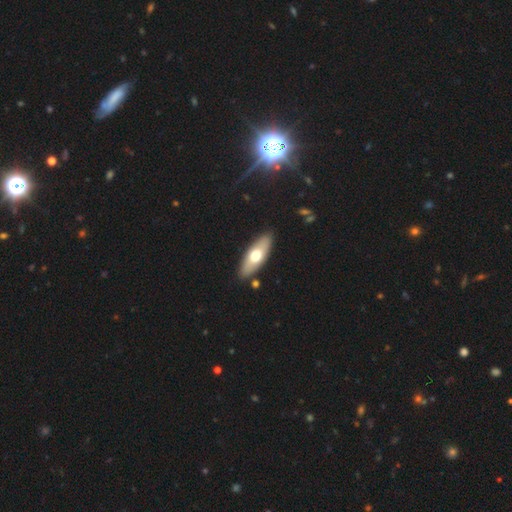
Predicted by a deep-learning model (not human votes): Smooth or featured: smooth — 58% (featured or disk — 37%)
How rounded: in between — 67% (cigar-shaped — 31%)
Merging: none — 87% (minor disturbance — 9%)